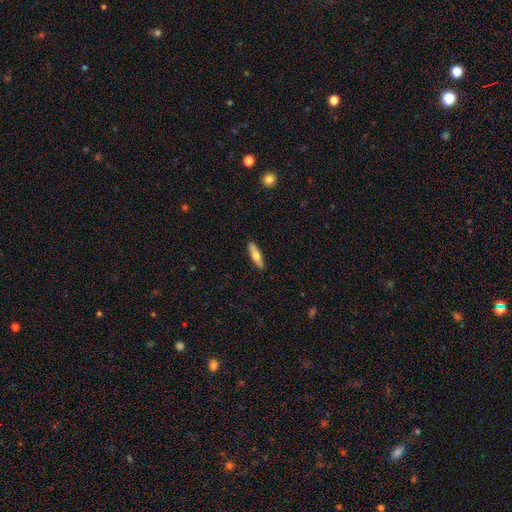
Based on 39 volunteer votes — smooth 49%, featured or disk 44%, star or artifact 8%. Down the decision tree: how rounded — cigar-shaped (58%); merging — none (86%).